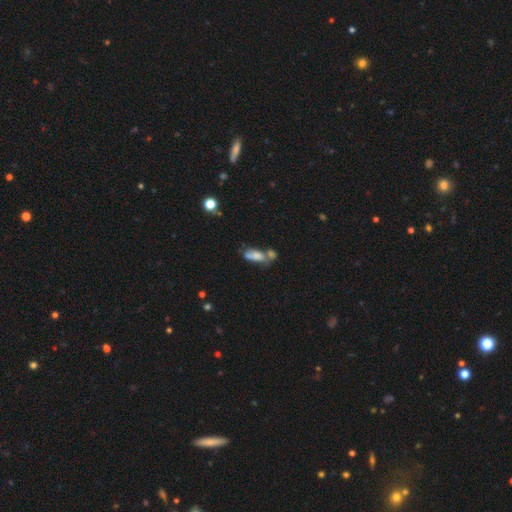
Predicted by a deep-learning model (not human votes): This appears to be a smooth galaxy with no disk features (69%) that is in between round and cigar-shaped (79%). Merging: merger (49%).